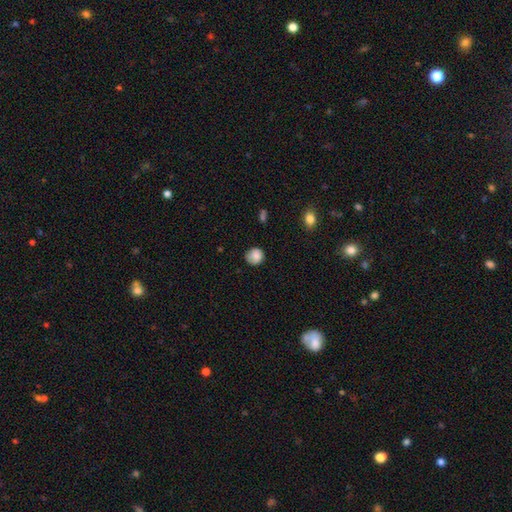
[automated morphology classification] Smooth or featured? smooth (85%)
How rounded? round (85%)
Merging? none (74%)